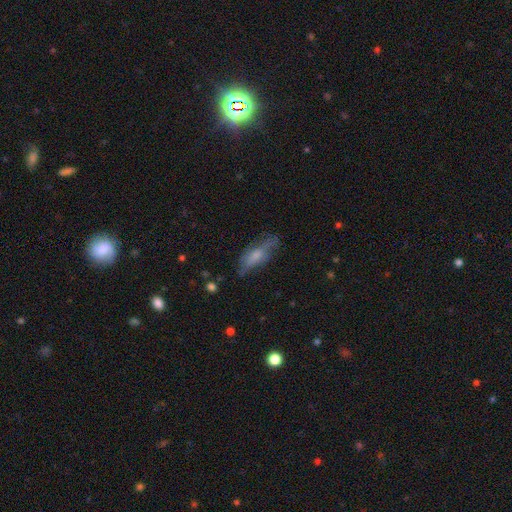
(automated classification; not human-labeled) smooth-or-featured: smooth: 51% | featured or disk: 41% | star or artifact: 8%
  how-rounded: in between: 55% | cigar-shaped: 42% | round: 3%
  merging: none: 57% | minor disturbance: 28% | major disturbance: 14% | merger: 2%